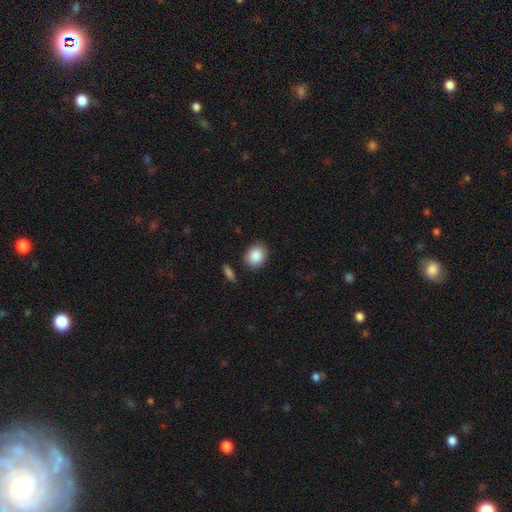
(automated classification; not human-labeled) Overall: smooth (88%). How rounded: in between (50%; round 49%). Merging: none (86%).